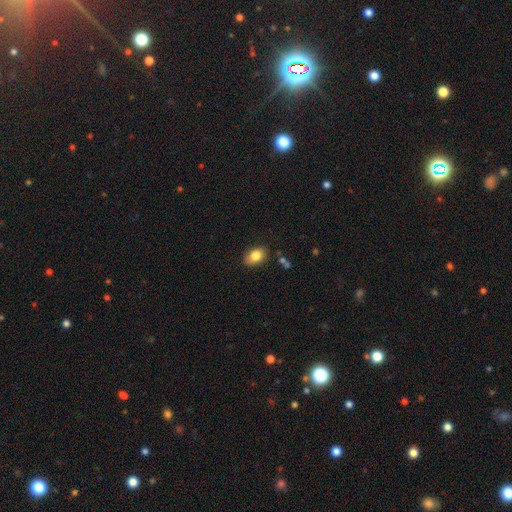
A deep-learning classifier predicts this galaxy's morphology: type=smooth (84%); roundness=in between (80%); merging=none (79%).